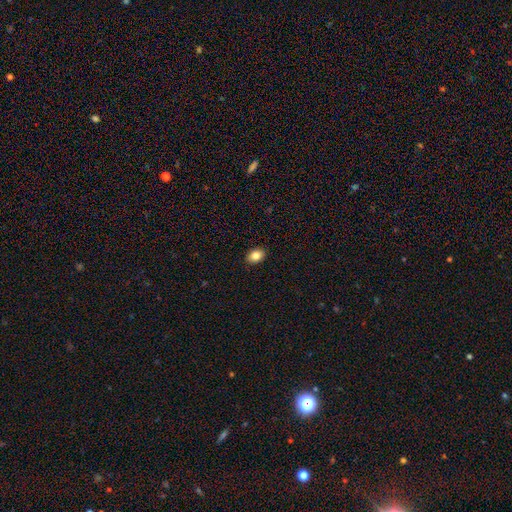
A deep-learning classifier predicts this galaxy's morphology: A smooth galaxy with no disk features (85%) that is in between round and cigar-shaped (76%).

Vote fractions:
- Smooth or featured? smooth: 85% / star or artifact: 9% / featured or disk: 7%
- How rounded? in between: 76% / round: 22% / cigar-shaped: 1%
- Merging? none: 90% / minor disturbance: 7% / major disturbance: 2% / merger: 1%